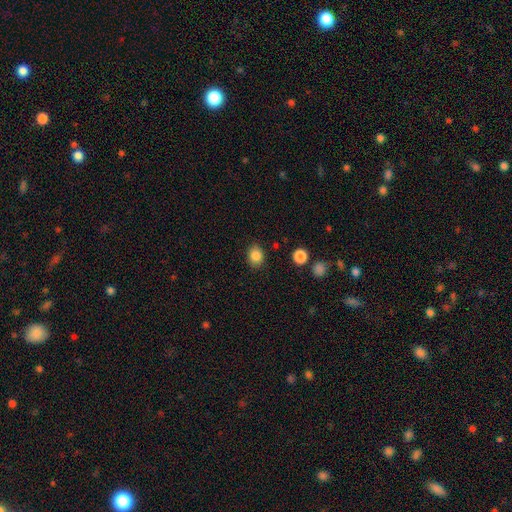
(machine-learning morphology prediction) This is clearly a smooth galaxy (85%). How rounded: possibly round (50%). Merging: clearly none (85%).